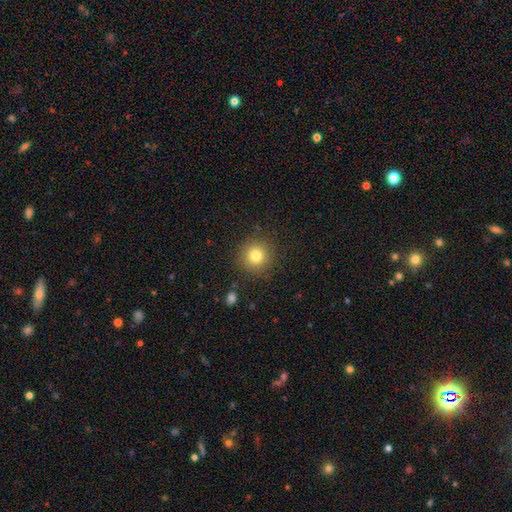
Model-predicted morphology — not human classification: Smooth or featured? Predicted: smooth (p=0.80). How rounded? Predicted: round (p=0.94). Merging? Predicted: none (p=0.88).